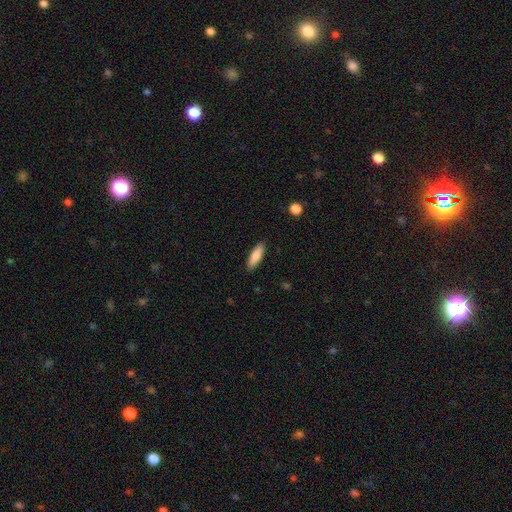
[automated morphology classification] A smooth galaxy with no disk features (83%) that is cigar-shaped (53%).

Vote fractions:
- Smooth or featured? smooth: 83% / featured or disk: 11% / star or artifact: 6%
- How rounded? cigar-shaped: 53% / in between: 45% / round: 2%
- Merging? none: 88% / minor disturbance: 9% / major disturbance: 2% / merger: 1%